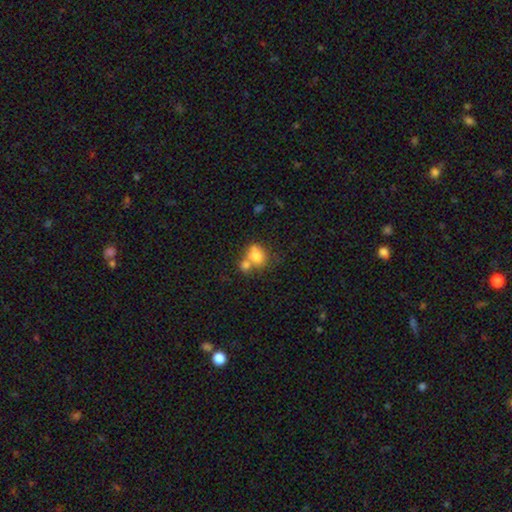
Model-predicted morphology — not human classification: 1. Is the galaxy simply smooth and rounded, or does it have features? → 75% smooth, 15% featured or disk, 10% star or artifact.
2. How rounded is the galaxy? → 54% in between, 45% round, 1% cigar-shaped.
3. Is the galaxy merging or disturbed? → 52% merger, 31% none, 11% minor disturbance, 5% major disturbance.